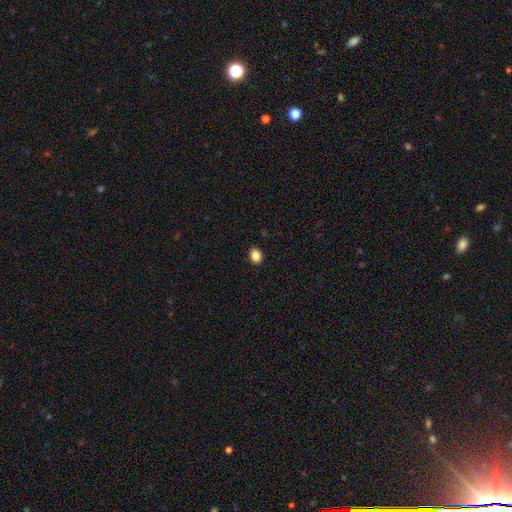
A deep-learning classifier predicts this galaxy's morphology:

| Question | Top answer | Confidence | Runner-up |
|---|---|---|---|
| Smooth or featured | smooth | 86% | star or artifact (10%) |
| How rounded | in between | 55% | round (44%) |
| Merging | none | 91% | minor disturbance (7%) |